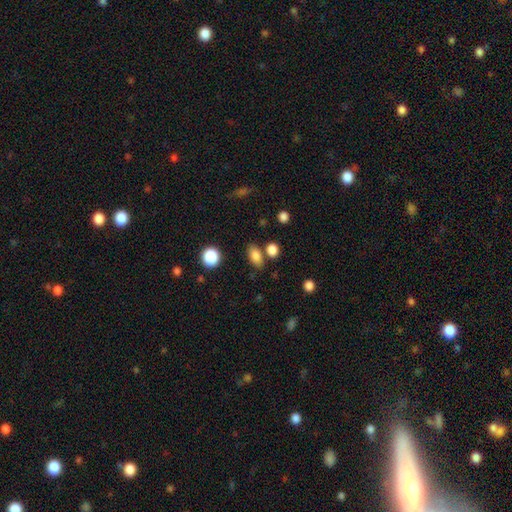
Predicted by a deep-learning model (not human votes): Morphology: type=smooth (83%); roundness=in between (83%); merging=none (72%).